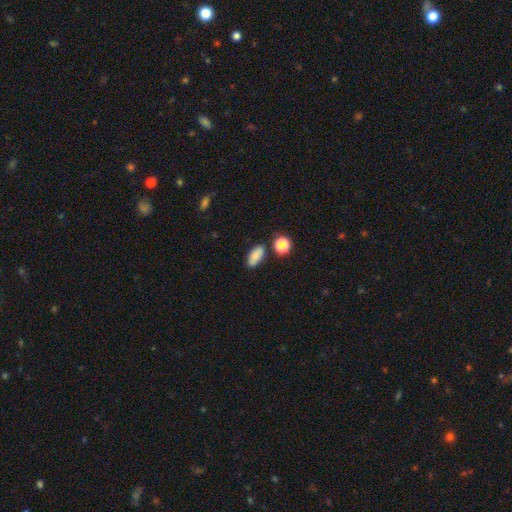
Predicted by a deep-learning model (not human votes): A smooth galaxy with no disk features (83%) that is in between round and cigar-shaped (84%).

Vote fractions:
- Smooth or featured? smooth: 83% / star or artifact: 9% / featured or disk: 8%
- How rounded? in between: 84% / cigar-shaped: 9% / round: 7%
- Merging? none: 79% / minor disturbance: 13% / merger: 6% / major disturbance: 3%